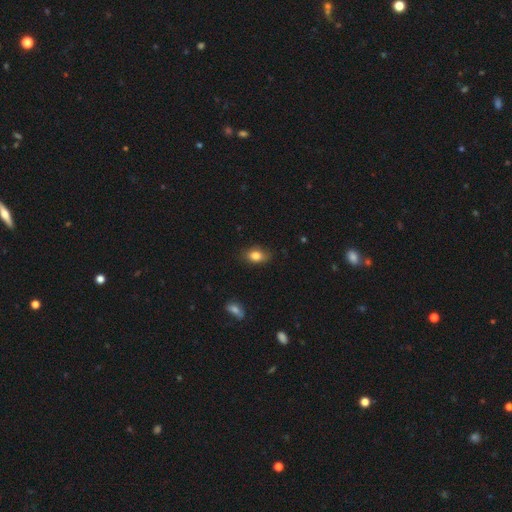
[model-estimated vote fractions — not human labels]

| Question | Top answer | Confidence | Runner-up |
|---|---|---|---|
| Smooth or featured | smooth | 83% | star or artifact (9%) |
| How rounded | in between | 81% | round (17%) |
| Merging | none | 79% | minor disturbance (17%) |